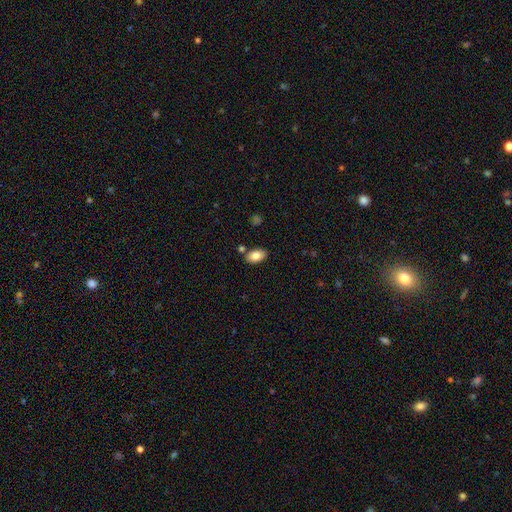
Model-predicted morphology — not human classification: This appears to be a smooth galaxy with no disk features (83%) that is in between round and cigar-shaped (92%). Merging: none (81%).